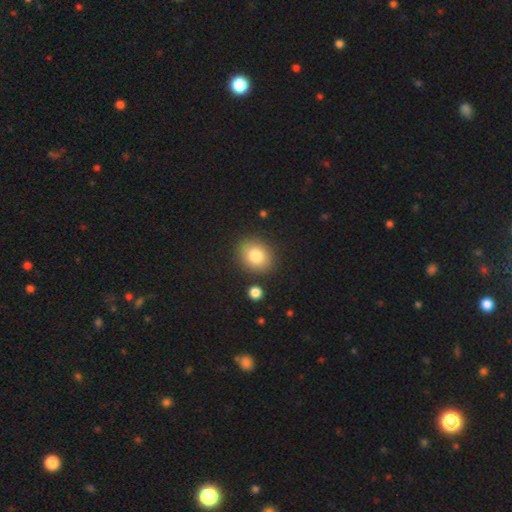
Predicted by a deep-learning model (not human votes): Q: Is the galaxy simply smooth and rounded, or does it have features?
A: smooth — 81%.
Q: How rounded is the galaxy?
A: round — 60%.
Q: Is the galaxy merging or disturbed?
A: none — 86%.